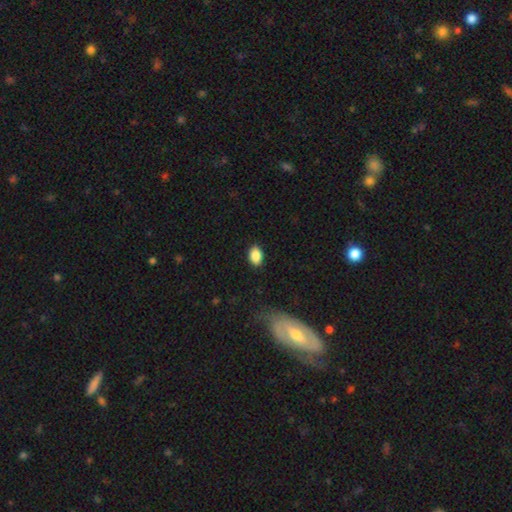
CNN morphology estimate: Smooth or featured?
  - smooth: 88% *
  - star or artifact: 8%
  - featured or disk: 5%
How rounded?
  - in between: 85% *
  - round: 13%
  - cigar-shaped: 1%
Merging?
  - none: 87% *
  - minor disturbance: 10%
  - major disturbance: 2%
  - merger: 1%